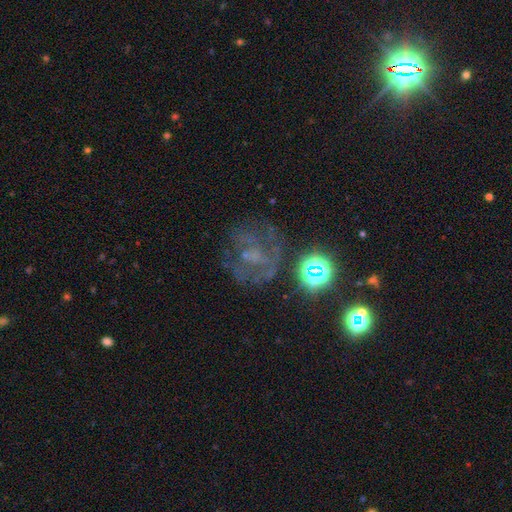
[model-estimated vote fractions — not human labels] The model was most divided on "smooth or featured": featured or disk: 51%, star or artifact: 27%, smooth: 22%. More confident: edge-on disk — no (97%); merging — none (54%).